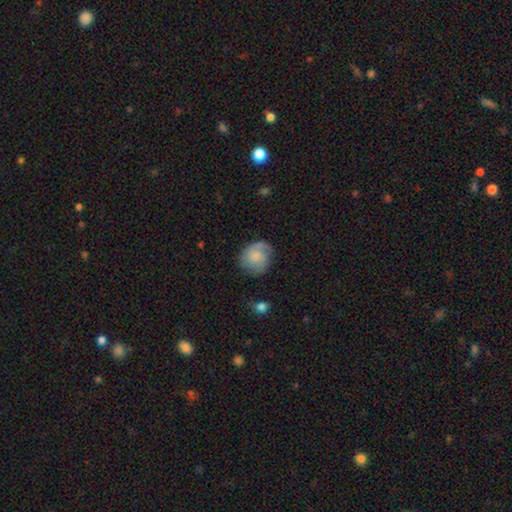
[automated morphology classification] smooth 51%, featured or disk 42%, star or artifact 8%. Down the decision tree: how rounded — round (74%); merging — none (63%).